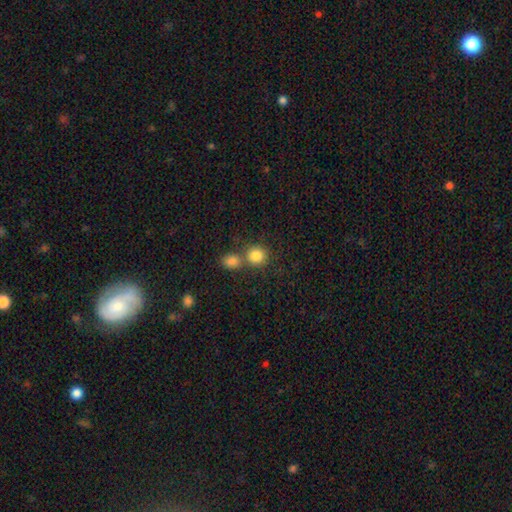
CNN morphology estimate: The model was most divided on "merging": none: 54%, merger: 36%, minor disturbance: 8%, major disturbance: 3%. More confident: how rounded — round (86%); smooth or featured — smooth (83%).